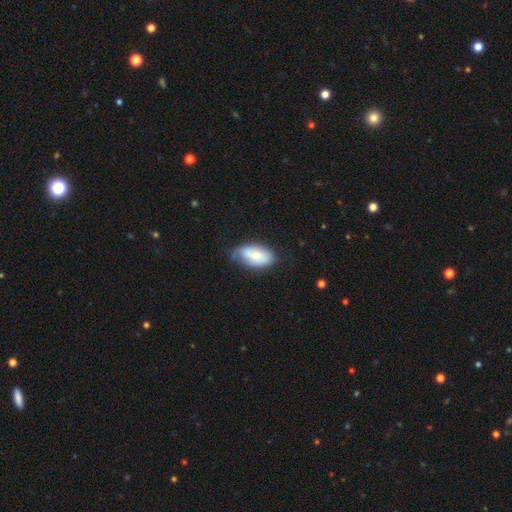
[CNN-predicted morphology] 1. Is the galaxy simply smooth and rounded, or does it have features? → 67% smooth, 26% featured or disk, 7% star or artifact.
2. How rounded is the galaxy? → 93% in between, 4% round, 2% cigar-shaped.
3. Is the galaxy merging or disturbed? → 56% none, 33% minor disturbance, 8% major disturbance, 3% merger.